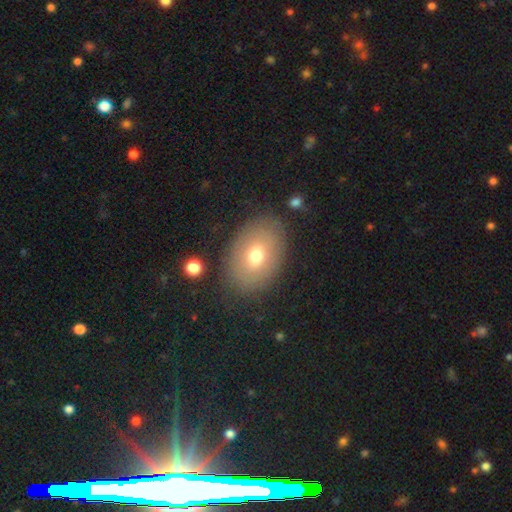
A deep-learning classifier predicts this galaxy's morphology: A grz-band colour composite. It shows a smooth galaxy with no disk features (67%) that is in between round and cigar-shaped (83%). Merging: none (82%).